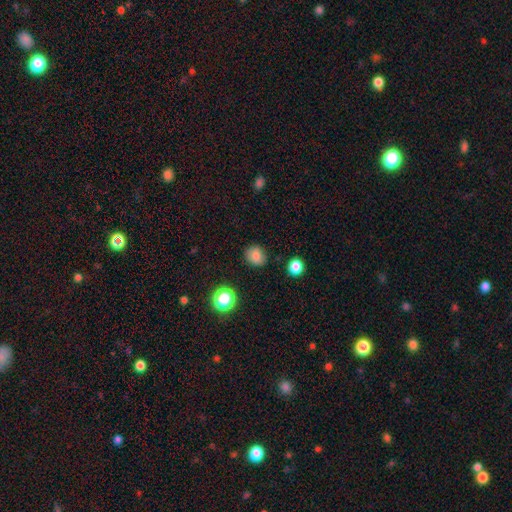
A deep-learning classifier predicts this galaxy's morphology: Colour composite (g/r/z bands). It shows a smooth galaxy with no disk features (82%) that is round (75%). Merging: none (85%).